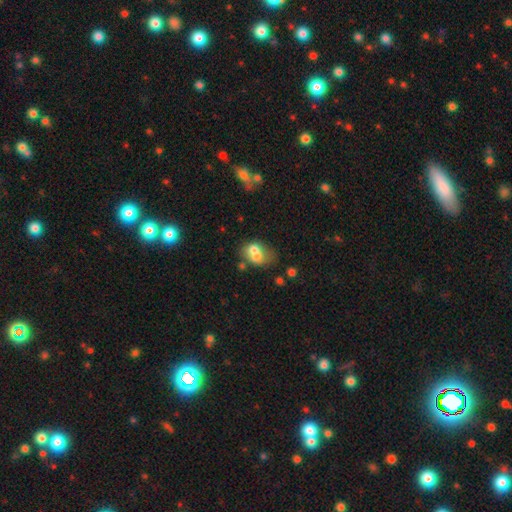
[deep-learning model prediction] A smooth galaxy with no disk features (64%) that is in between round and cigar-shaped (61%).

Vote fractions:
- Smooth or featured? smooth: 64% / featured or disk: 25% / star or artifact: 10%
- How rounded? in between: 61% / round: 38% / cigar-shaped: 1%
- Merging? merger: 57% / none: 22% / minor disturbance: 12% / major disturbance: 9%